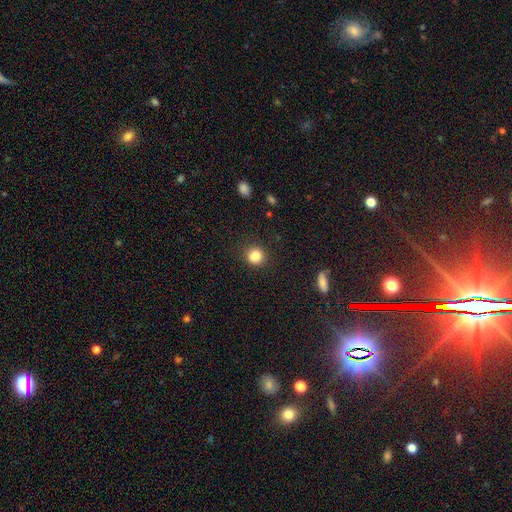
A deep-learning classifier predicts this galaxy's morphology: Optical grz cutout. It shows a smooth galaxy with no disk features (83%) that is round (86%). Merging: none (86%).